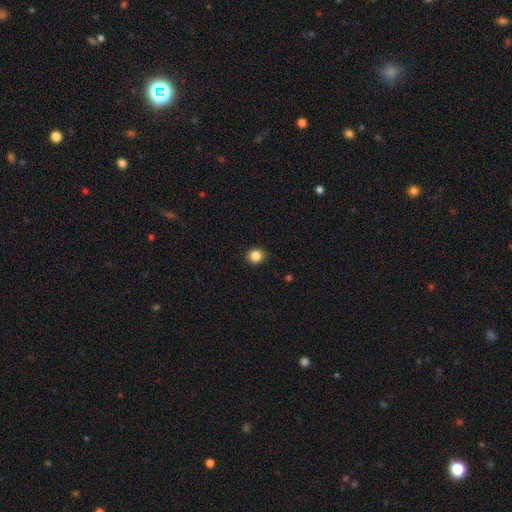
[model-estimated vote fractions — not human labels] Overall: smooth (85%). How rounded: round (80%). Merging: none (86%).